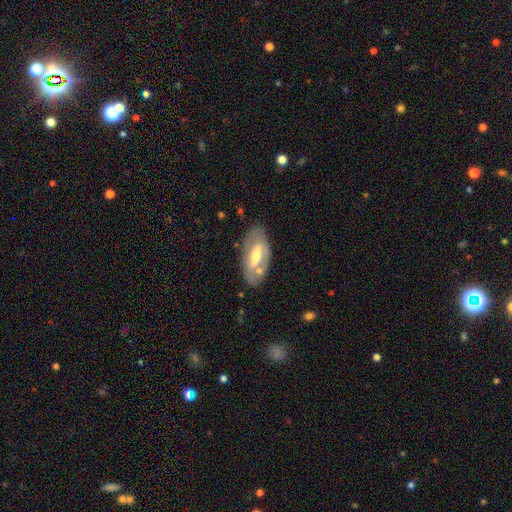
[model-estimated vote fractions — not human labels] smooth_or_featured: featured or disk (p=0.61) [alt: smooth p=0.34]
disk_edge_on: no (p=0.84) [alt: yes p=0.16]
bar: strong (p=0.41) [alt: weak p=0.36]
has_spiral_arms: no (p=0.60) [alt: yes p=0.40]
bulge_size: moderate (p=0.66) [alt: small p=0.22]
merging: none (p=0.72) [alt: minor disturbance p=0.17]